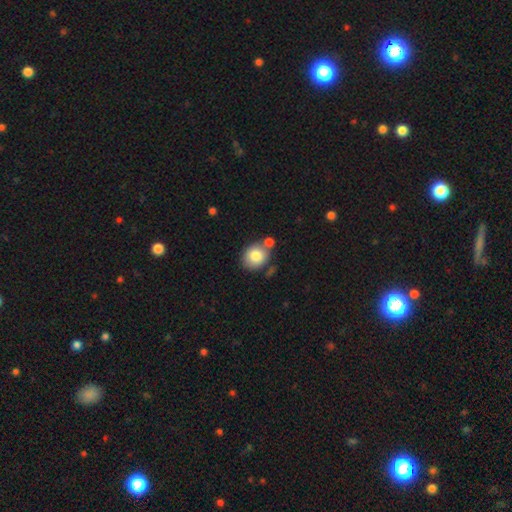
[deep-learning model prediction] A smooth galaxy with no disk features (82%) that is round (56%).

Vote fractions:
- Smooth or featured? smooth: 82% / featured or disk: 10% / star or artifact: 8%
- How rounded? round: 56% / in between: 43% / cigar-shaped: 1%
- Merging? none: 62% / merger: 20% / minor disturbance: 15% / major disturbance: 4%